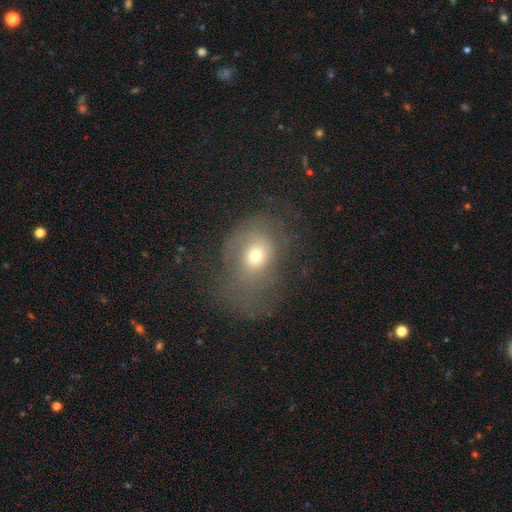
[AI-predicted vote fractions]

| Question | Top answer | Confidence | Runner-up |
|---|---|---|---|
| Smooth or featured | smooth | 54% | featured or disk (32%) |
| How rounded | in between | 53% | round (46%) |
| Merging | none | 38% | major disturbance (36%) |